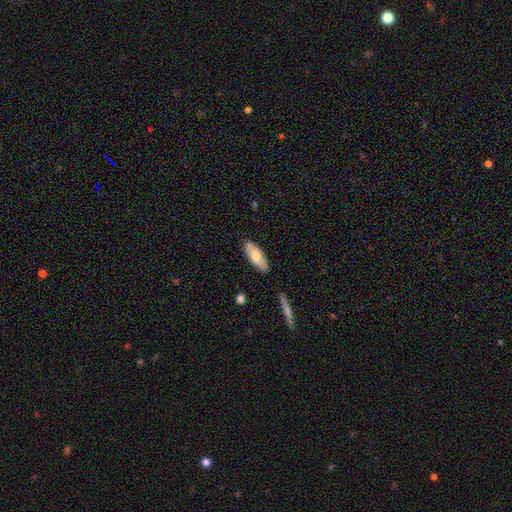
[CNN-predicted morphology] smooth_or_featured: smooth (p=0.67) [alt: featured or disk p=0.28]
how_rounded: in between (p=0.78) [alt: cigar-shaped p=0.19]
merging: none (p=0.86) [alt: minor disturbance p=0.10]